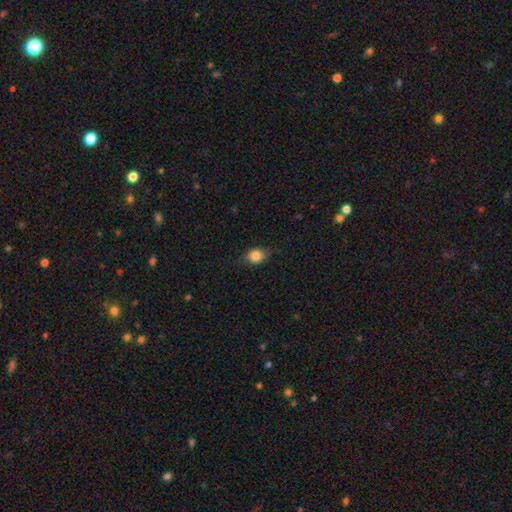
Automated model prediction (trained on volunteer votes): smooth 84%, star or artifact 9%, featured or disk 7%. Down the decision tree: how rounded — round (54%); merging — none (76%).